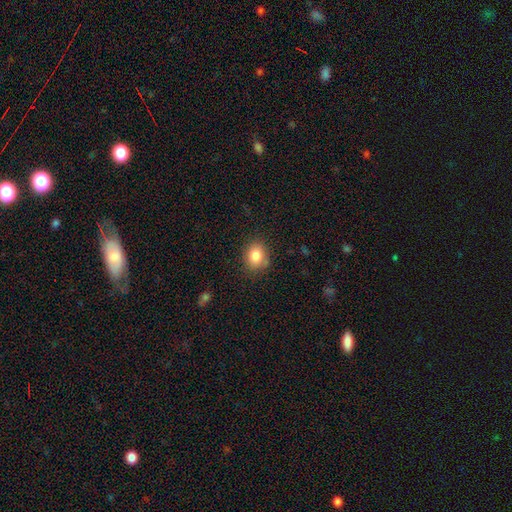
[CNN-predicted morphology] Overall: smooth (84%). How rounded: in between (55%; round 44%). Merging: none (79%).